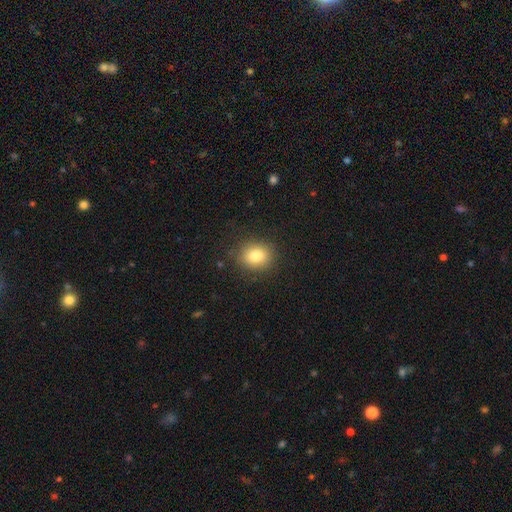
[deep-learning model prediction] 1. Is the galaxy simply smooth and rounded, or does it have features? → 82% smooth, 10% star or artifact, 7% featured or disk.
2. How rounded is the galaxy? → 68% round, 31% in between, 1% cigar-shaped.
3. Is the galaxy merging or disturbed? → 87% none, 9% minor disturbance, 3% major disturbance, 1% merger.